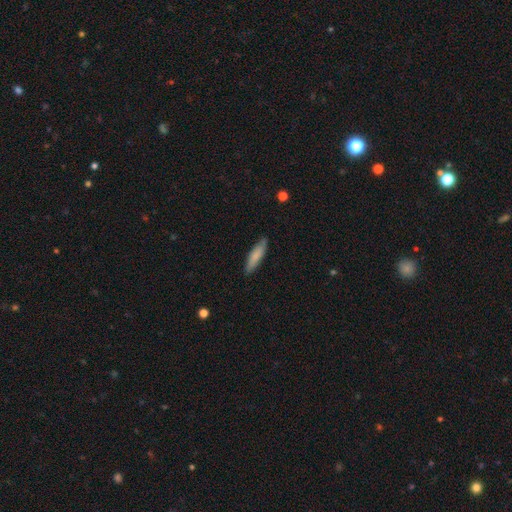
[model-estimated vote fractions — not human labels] This is likely a smooth galaxy (78%). How rounded: likely cigar-shaped (73%). Merging: clearly none (84%).